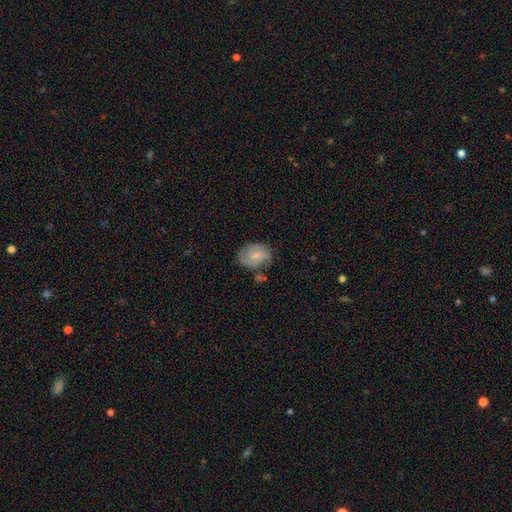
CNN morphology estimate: featured or disk 49%, smooth 44%, star or artifact 7%. Down the decision tree: merging — none (55%).